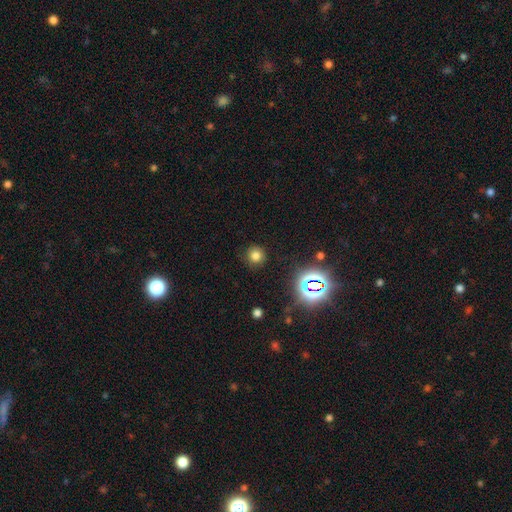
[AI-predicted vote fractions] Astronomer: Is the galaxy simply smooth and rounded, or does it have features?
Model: smooth — 75%.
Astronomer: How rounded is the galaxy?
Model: round — 93%.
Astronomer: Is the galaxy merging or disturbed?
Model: none — 88%.